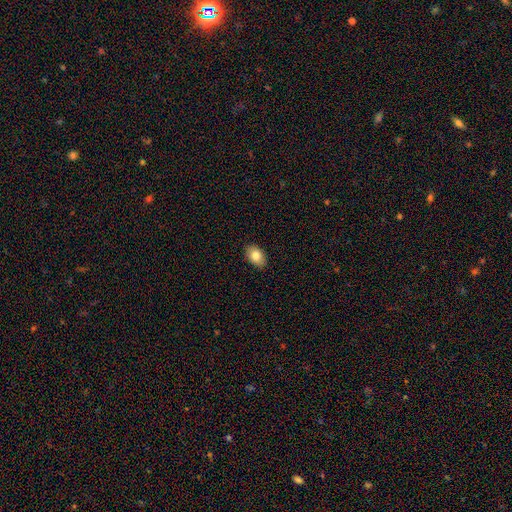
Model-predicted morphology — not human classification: Smooth or featured? smooth (82%)
How rounded? in between (85%)
Merging? none (88%)